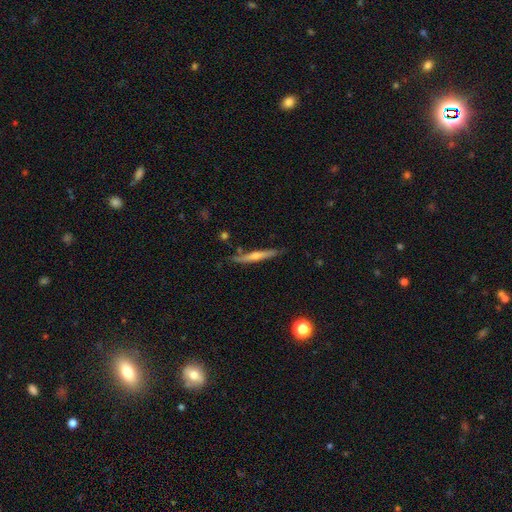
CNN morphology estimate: Q: Smooth or featured?
A: featured or disk (56%); runner-up: smooth (37%)
Q: Edge-on disk?
A: yes (96%); runner-up: no (4%)
Q: Edge-on bulge?
A: rounded (72%); runner-up: none (23%)
Q: Merging?
A: none (82%); runner-up: minor disturbance (13%)